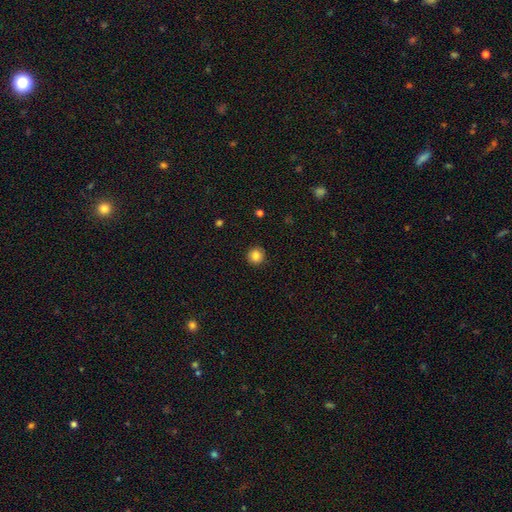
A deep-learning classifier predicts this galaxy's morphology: Smooth or featured?
  - smooth: 85% *
  - star or artifact: 10%
  - featured or disk: 5%
How rounded?
  - round: 95% *
  - in between: 4%
  - cigar-shaped: 1%
Merging?
  - none: 92% *
  - minor disturbance: 6%
  - major disturbance: 2%
  - merger: 1%